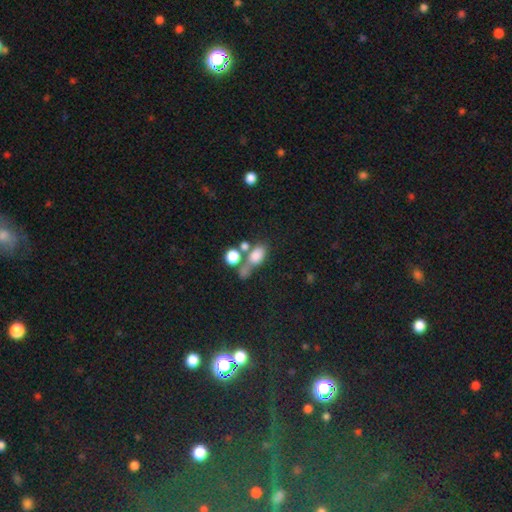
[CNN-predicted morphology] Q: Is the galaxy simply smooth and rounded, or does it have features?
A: smooth — 75%.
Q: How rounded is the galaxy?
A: in between — 73%.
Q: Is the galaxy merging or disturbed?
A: merger — 42%.